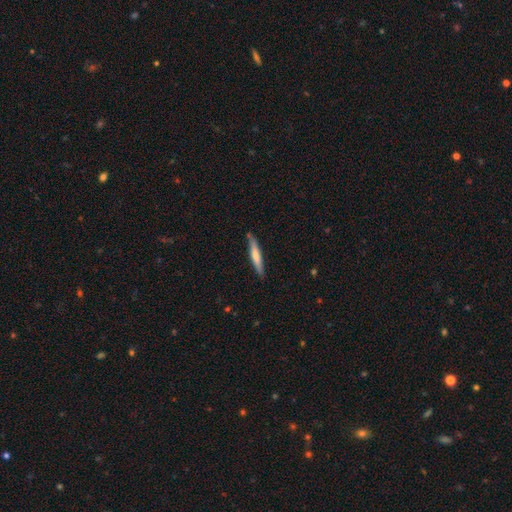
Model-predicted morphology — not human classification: smooth_or_featured: smooth (p=0.60) [alt: featured or disk p=0.35]
how_rounded: cigar-shaped (p=0.93) [alt: in between p=0.05]
merging: none (p=0.85) [alt: minor disturbance p=0.12]